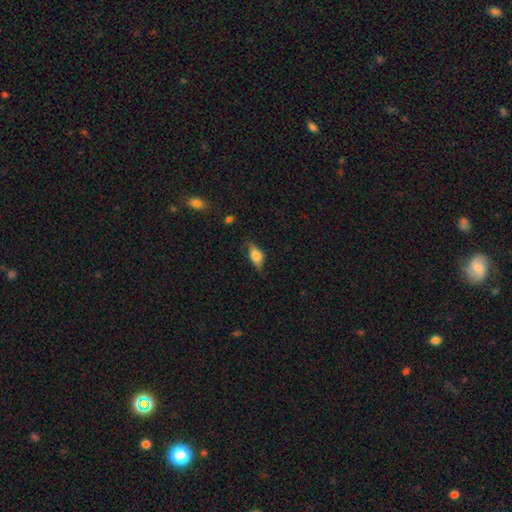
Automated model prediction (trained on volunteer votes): A smooth galaxy with no disk features (65%) that is in between round and cigar-shaped (81%).

Vote fractions:
- Smooth or featured? smooth: 65% / featured or disk: 27% / star or artifact: 8%
- How rounded? in between: 81% / cigar-shaped: 12% / round: 7%
- Merging? none: 69% / minor disturbance: 24% / major disturbance: 6% / merger: 2%